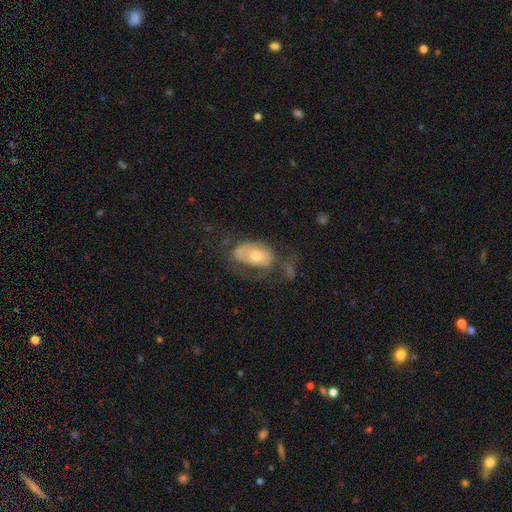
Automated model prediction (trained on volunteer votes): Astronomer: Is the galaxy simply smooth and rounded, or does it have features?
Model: featured or disk — 51% (runner-up: smooth, 42%).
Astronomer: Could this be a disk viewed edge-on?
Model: no — 92%.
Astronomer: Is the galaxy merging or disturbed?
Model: none — 35% (runner-up: major disturbance, 32%).